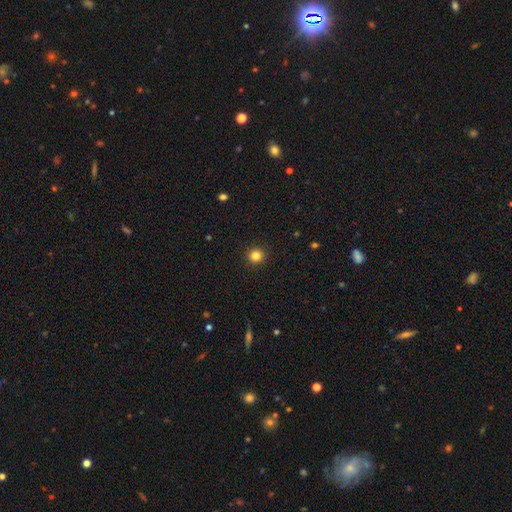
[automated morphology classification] A smooth galaxy with no disk features (84%) that is round (94%).

Vote fractions:
- Smooth or featured? smooth: 84% / star or artifact: 12% / featured or disk: 4%
- How rounded? round: 94% / in between: 5% / cigar-shaped: 1%
- Merging? none: 93% / minor disturbance: 5% / major disturbance: 2% / merger: 1%